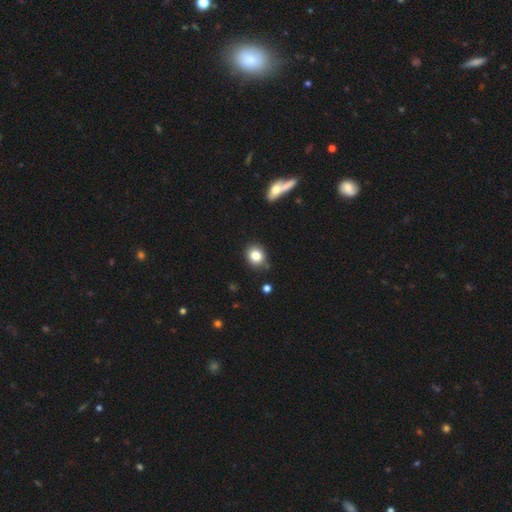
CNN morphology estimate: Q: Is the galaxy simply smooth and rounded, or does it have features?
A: smooth — 83%.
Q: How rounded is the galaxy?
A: round — 71%.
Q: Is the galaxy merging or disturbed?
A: none — 84%.